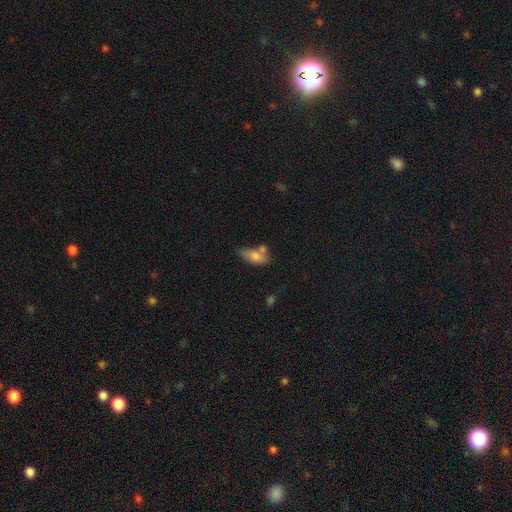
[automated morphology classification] Q: Smooth or featured?
A: smooth (73%); runner-up: featured or disk (19%)
Q: How rounded?
A: in between (83%); runner-up: cigar-shaped (13%)
Q: Merging?
A: none (41%); runner-up: merger (27%)